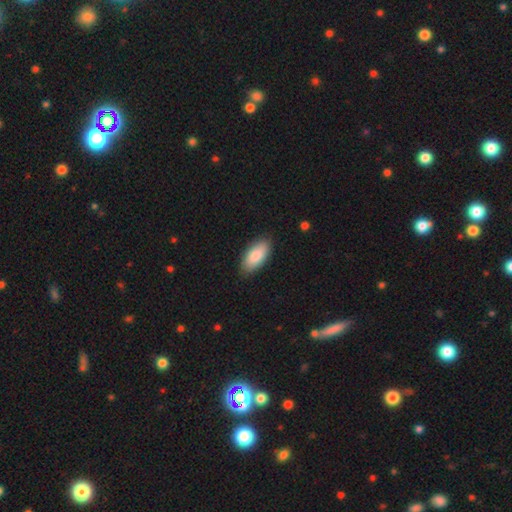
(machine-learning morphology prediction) Smooth or featured? smooth (86%)
How rounded? in between (91%)
Merging? none (85%)